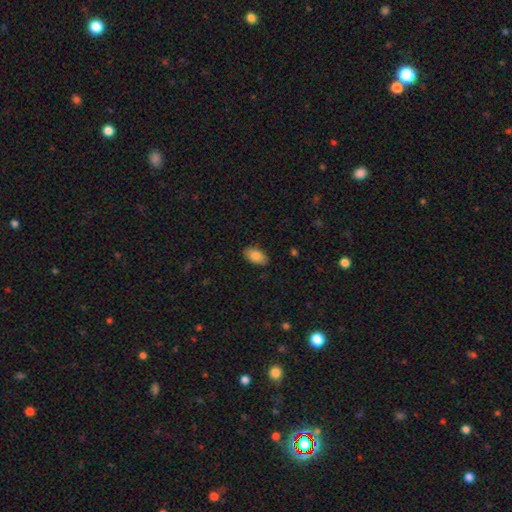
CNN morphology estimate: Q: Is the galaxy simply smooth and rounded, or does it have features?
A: smooth — 83%.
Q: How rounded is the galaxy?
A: in between — 94%.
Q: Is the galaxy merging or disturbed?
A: none — 87%.